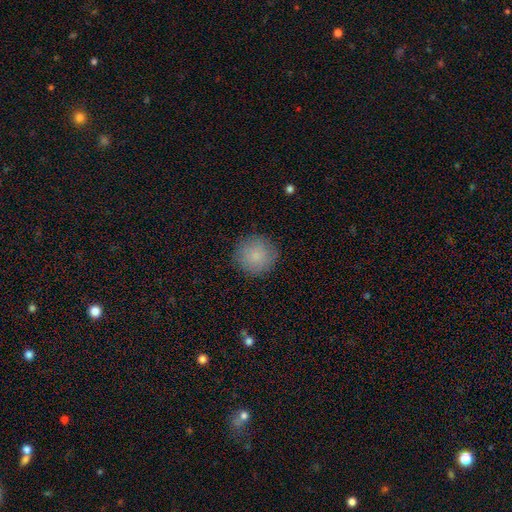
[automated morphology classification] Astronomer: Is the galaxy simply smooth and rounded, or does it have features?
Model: smooth — 86%.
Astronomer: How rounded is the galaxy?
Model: round — 95%.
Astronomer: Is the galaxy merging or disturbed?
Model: none — 88%.